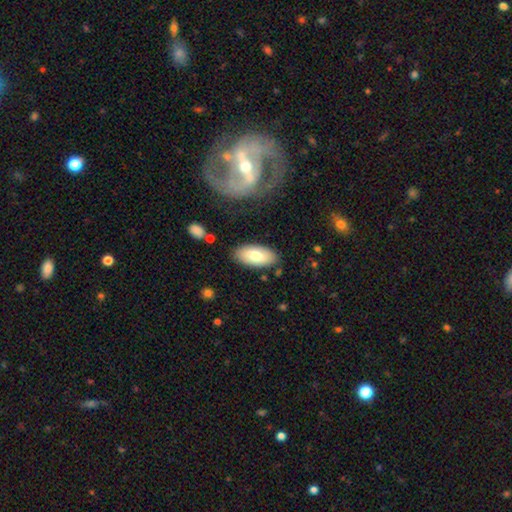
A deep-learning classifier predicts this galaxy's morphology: A smooth galaxy with no disk features (73%) that is in between round and cigar-shaped (93%).

Vote fractions:
- Smooth or featured? smooth: 73% / featured or disk: 21% / star or artifact: 6%
- How rounded? in between: 93% / cigar-shaped: 5% / round: 2%
- Merging? none: 85% / minor disturbance: 10% / major disturbance: 2% / merger: 2%